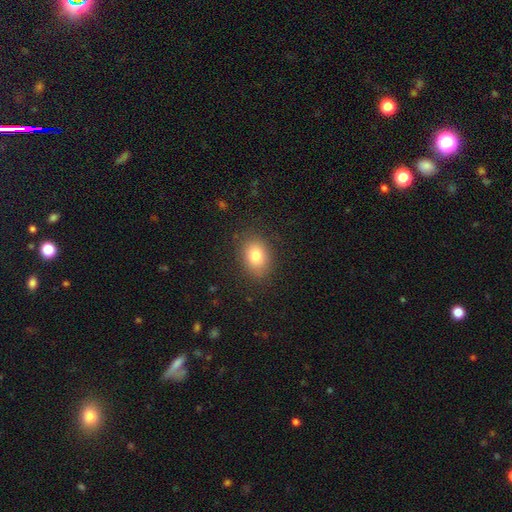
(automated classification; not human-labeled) A smooth galaxy with no disk features (80%) that is in between round and cigar-shaped (70%). Merging: none (85%).